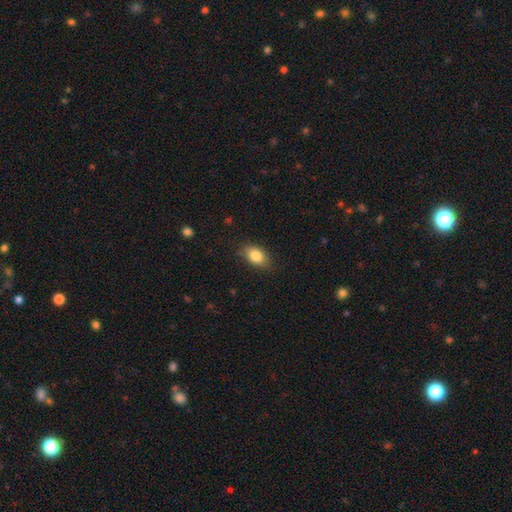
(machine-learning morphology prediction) Smooth or featured? Predicted: smooth (p=0.84). How rounded? Predicted: in between (p=0.84). Merging? Predicted: none (p=0.82).